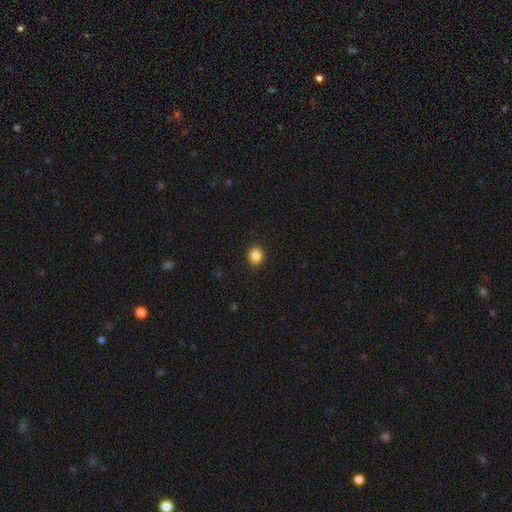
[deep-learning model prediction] Overall: smooth (85%). How rounded: round (80%). Merging: none (91%).